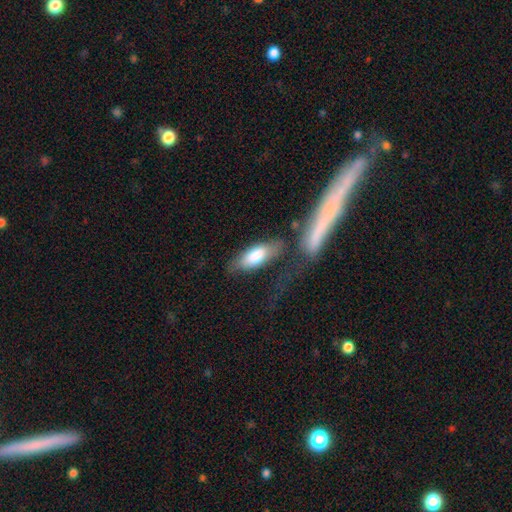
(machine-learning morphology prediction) Q: Smooth or featured?
A: smooth (76%); runner-up: featured or disk (18%)
Q: How rounded?
A: in between (76%); runner-up: cigar-shaped (21%)
Q: Merging?
A: none (44%); runner-up: minor disturbance (22%)